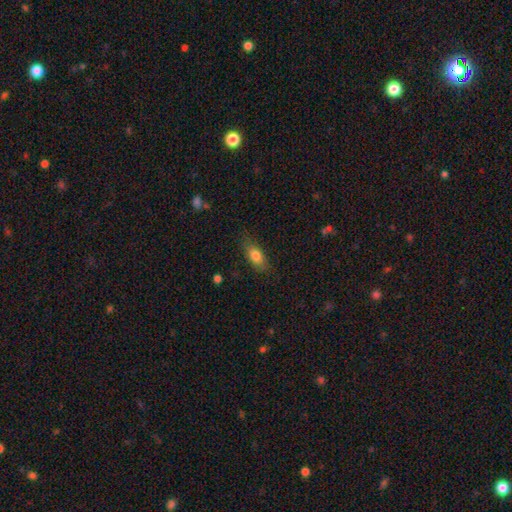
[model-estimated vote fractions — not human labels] Smooth or featured?
  - smooth: 80% *
  - featured or disk: 12%
  - star or artifact: 8%
How rounded?
  - in between: 81% *
  - cigar-shaped: 14%
  - round: 5%
Merging?
  - none: 78% *
  - minor disturbance: 16%
  - major disturbance: 4%
  - merger: 1%